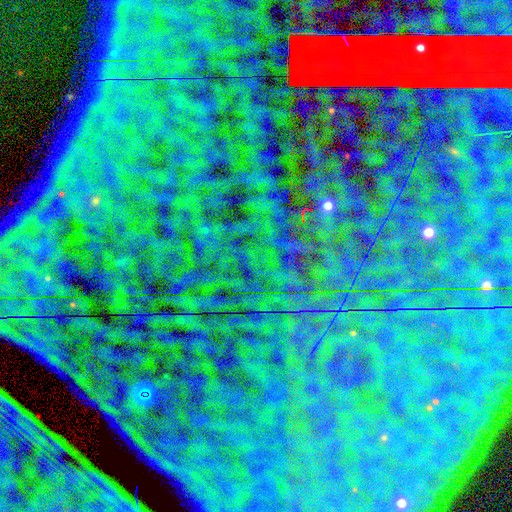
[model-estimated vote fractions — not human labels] Morphology: type=star or artifact (86%).